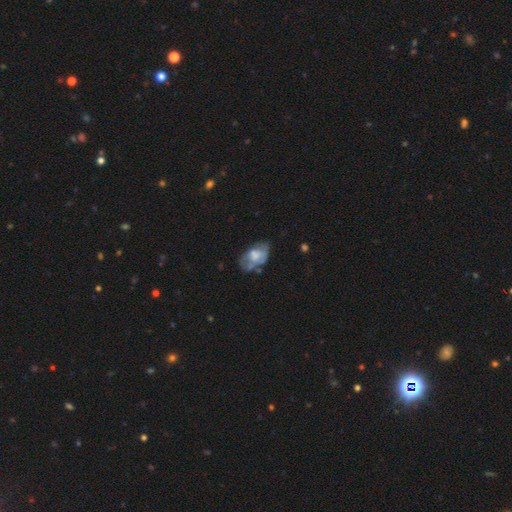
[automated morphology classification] Smooth or featured: featured or disk — 50% (smooth — 43%)
Merging: none — 43% (minor disturbance — 31%)